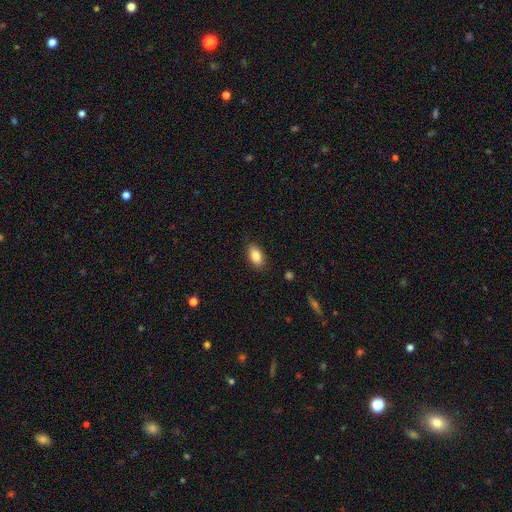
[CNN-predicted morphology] smooth-or-featured: smooth: 85% | star or artifact: 8% | featured or disk: 7%
  how-rounded: in between: 91% | round: 6% | cigar-shaped: 3%
  merging: none: 86% | minor disturbance: 10% | major disturbance: 2% | merger: 1%